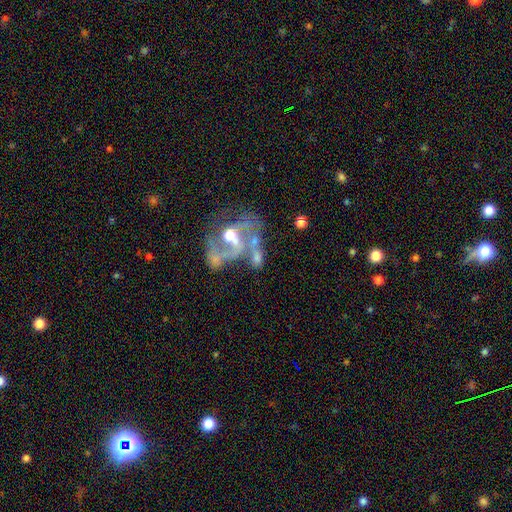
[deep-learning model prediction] A featured or disk galaxy (75%) with no bar (59%), 2 (50%) loose (46%) spiral arms (69%) and a moderate central bulge (56%). Merging: merger (32%).